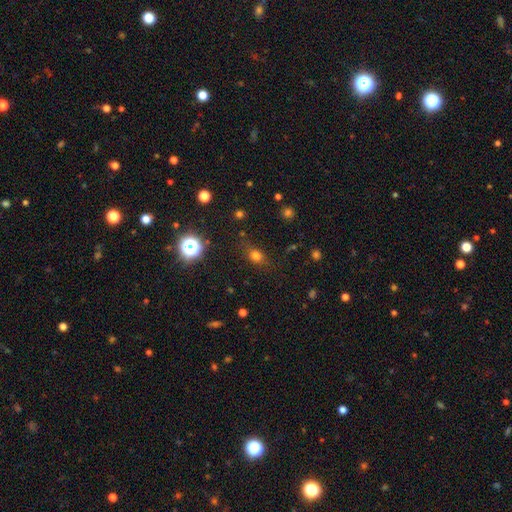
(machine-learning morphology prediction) Q: Smooth or featured?
A: smooth (71%); runner-up: star or artifact (20%)
Q: How rounded?
A: in between (53%); runner-up: round (43%)
Q: Merging?
A: none (77%); runner-up: minor disturbance (15%)